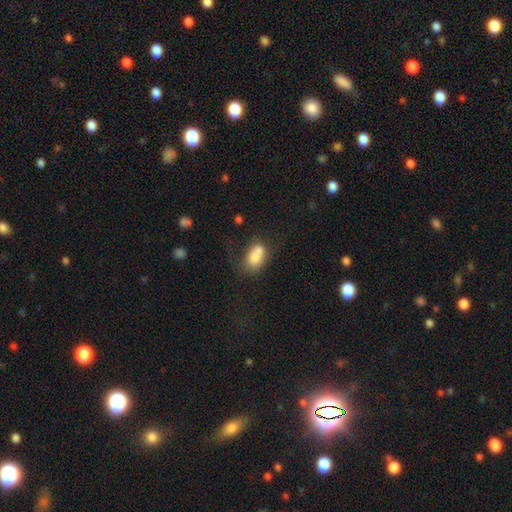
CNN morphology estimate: The model was most divided on "merging": merger: 46%, none: 30%, minor disturbance: 16%, major disturbance: 9%. More confident: how rounded — in between (77%); smooth or featured — smooth (72%).